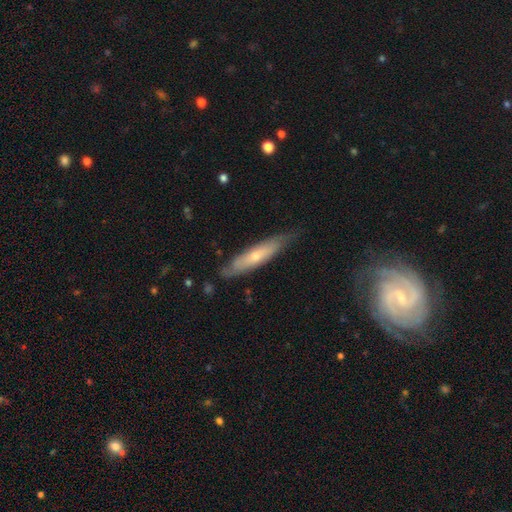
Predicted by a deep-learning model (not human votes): Smooth or featured: featured or disk — 49% (smooth — 45%)
Merging: none — 75% (minor disturbance — 20%)